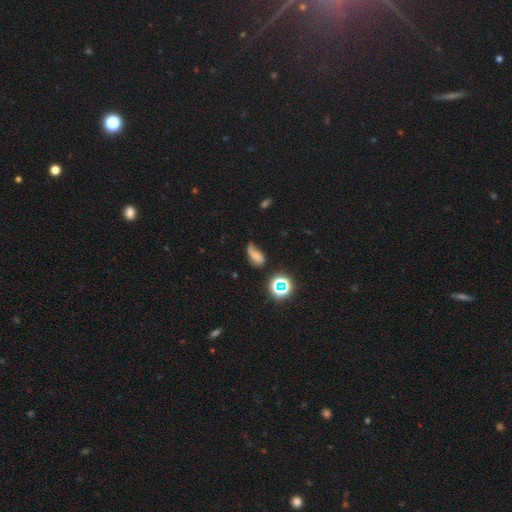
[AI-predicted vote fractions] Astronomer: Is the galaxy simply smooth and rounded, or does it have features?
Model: smooth — 50% (runner-up: featured or disk, 30%).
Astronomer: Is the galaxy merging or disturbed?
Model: minor disturbance — 35% (runner-up: none, 34%).